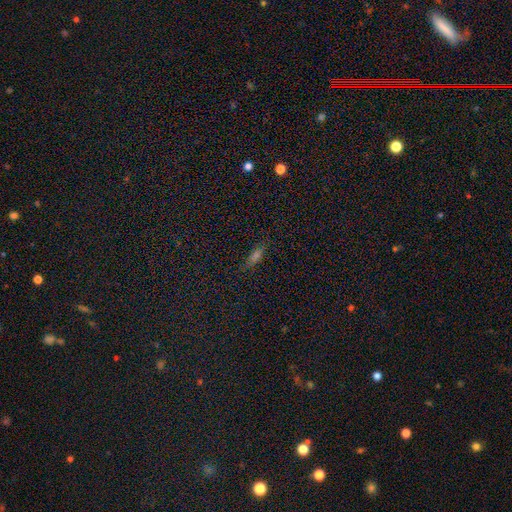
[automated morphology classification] Overall: smooth (60%; star or artifact 26%). How rounded: in between (53%; cigar-shaped 41%). Merging: none (73%).